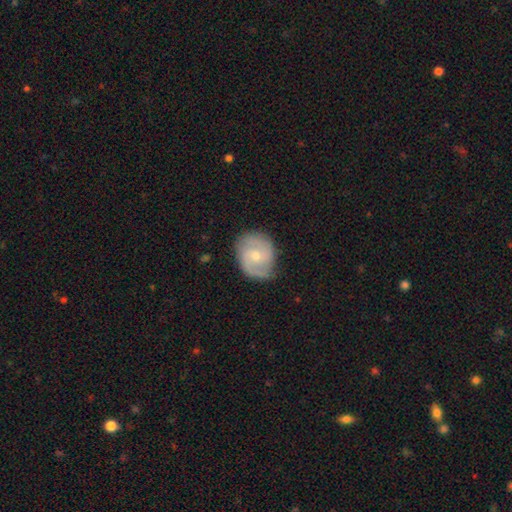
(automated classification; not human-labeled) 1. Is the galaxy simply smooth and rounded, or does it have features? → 74% featured or disk, 21% smooth, 5% star or artifact.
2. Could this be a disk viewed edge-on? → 98% no, 2% yes.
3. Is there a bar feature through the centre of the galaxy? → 52% no, 43% weak, 6% strong.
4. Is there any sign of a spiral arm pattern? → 94% yes, 6% no.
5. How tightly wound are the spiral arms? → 49% medium, 36% tight, 15% loose.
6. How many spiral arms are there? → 77% 2, 10% can't tell, 7% 3, 3% 1, 2% 4, 2% more than 4.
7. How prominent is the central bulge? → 50% moderate, 44% small, 3% none, 2% large, 1% dominant.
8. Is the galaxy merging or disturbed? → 74% none, 19% minor disturbance, 6% major disturbance, 1% merger.